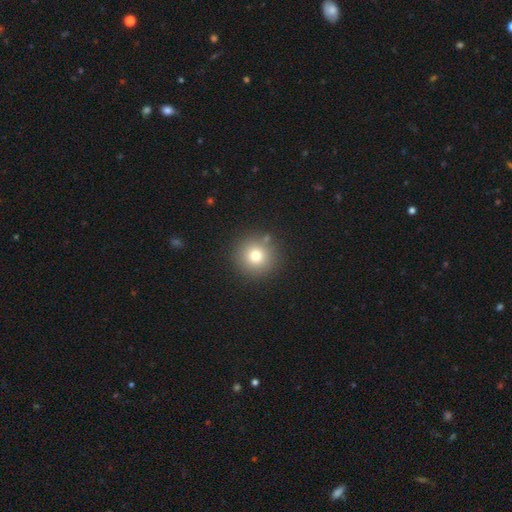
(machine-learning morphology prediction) The model was most divided on "smooth or featured": smooth: 76%, star or artifact: 14%, featured or disk: 10%. More confident: how rounded — round (95%); merging — none (87%).